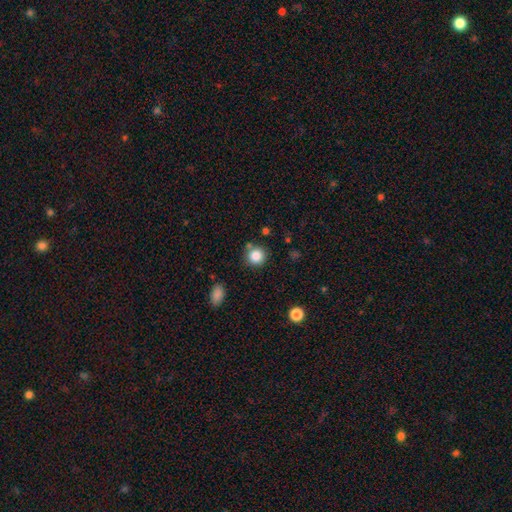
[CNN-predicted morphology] The model was most divided on "merging": none: 79%, minor disturbance: 9%, merger: 8%, major disturbance: 3%. More confident: how rounded — round (93%); smooth or featured — smooth (85%).